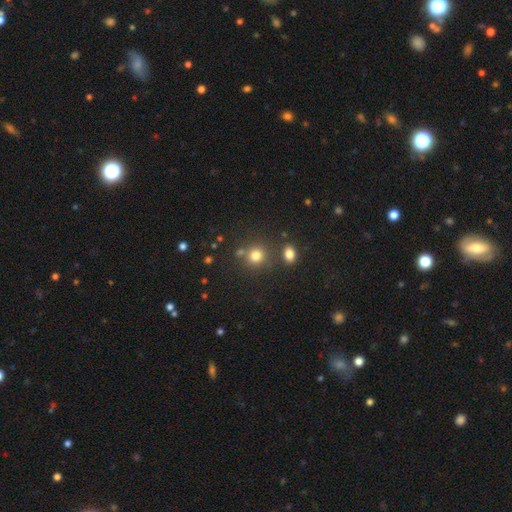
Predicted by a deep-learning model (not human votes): smooth 79%, star or artifact 14%, featured or disk 7%. Down the decision tree: how rounded — round (85%); merging — none (70%).